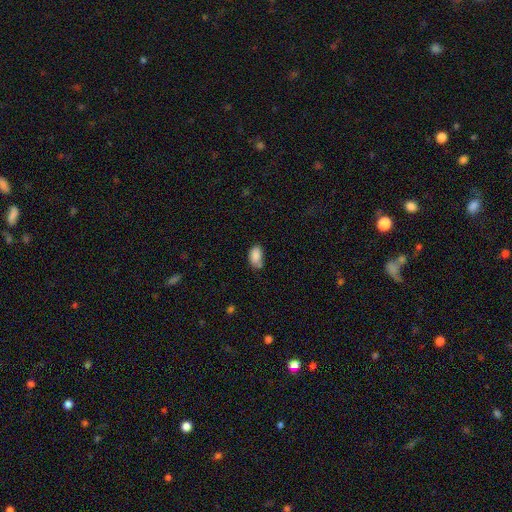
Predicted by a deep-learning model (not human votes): Overall: smooth (86%). How rounded: in between (90%). Merging: none (54%; minor disturbance 28%).